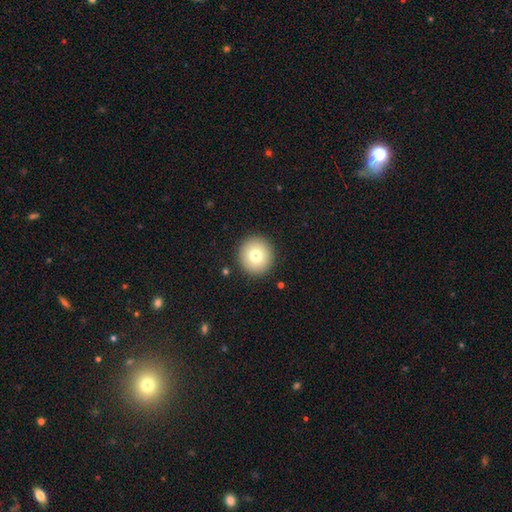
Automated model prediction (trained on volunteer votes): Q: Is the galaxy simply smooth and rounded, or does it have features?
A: smooth — 76%.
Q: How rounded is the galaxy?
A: round — 94%.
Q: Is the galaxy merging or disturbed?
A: none — 92%.